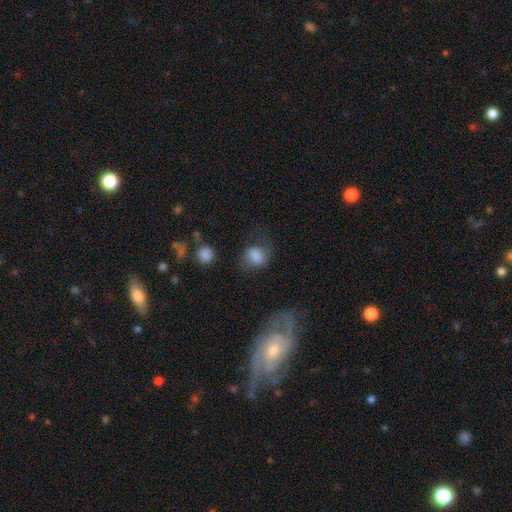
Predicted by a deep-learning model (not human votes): smooth-or-featured: smooth: 73% | featured or disk: 17% | star or artifact: 10%
  how-rounded: in between: 56% | round: 42% | cigar-shaped: 2%
  merging: none: 47% | minor disturbance: 25% | major disturbance: 22% | merger: 5%